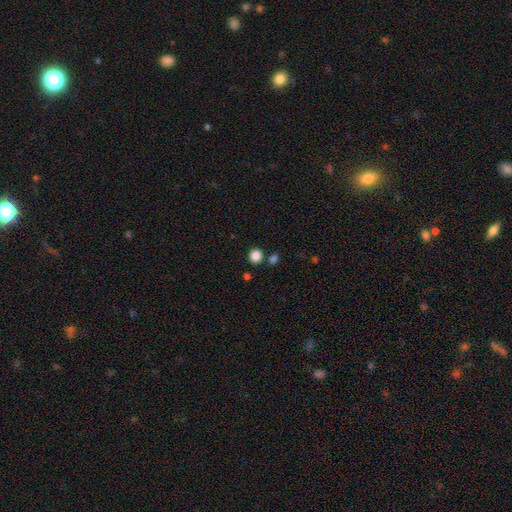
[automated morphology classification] This appears to be a smooth galaxy with no disk features (86%) that is round (87%). Merging: none (82%).